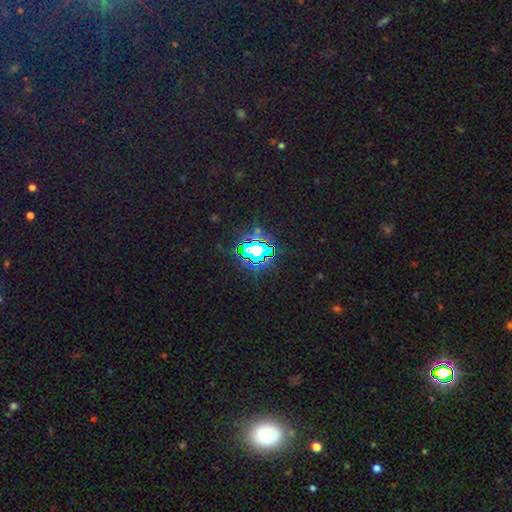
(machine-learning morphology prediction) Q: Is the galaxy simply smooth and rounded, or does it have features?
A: star or artifact — 81%.